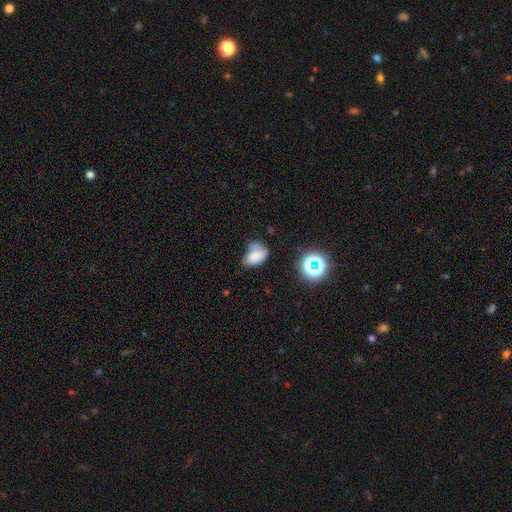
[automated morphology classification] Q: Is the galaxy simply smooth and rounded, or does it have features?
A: smooth — 76%.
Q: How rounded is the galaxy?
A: in between — 84%.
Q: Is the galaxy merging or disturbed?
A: none — 41%.